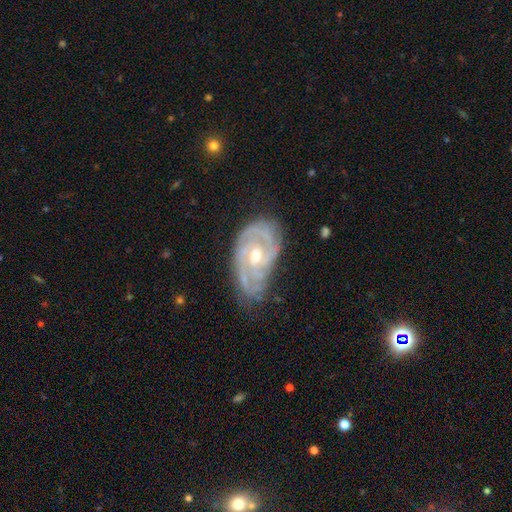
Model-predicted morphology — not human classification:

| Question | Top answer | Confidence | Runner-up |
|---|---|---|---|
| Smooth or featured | featured or disk | 89% | smooth (6%) |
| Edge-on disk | no | 96% | yes (4%) |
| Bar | no | 54% | weak (37%) |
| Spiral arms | yes | 96% | no (4%) |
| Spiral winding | tight | 67% | medium (28%) |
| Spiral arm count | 2 | 35% | 3 (28%) |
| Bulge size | moderate | 64% | small (31%) |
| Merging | none | 64% | minor disturbance (26%) |